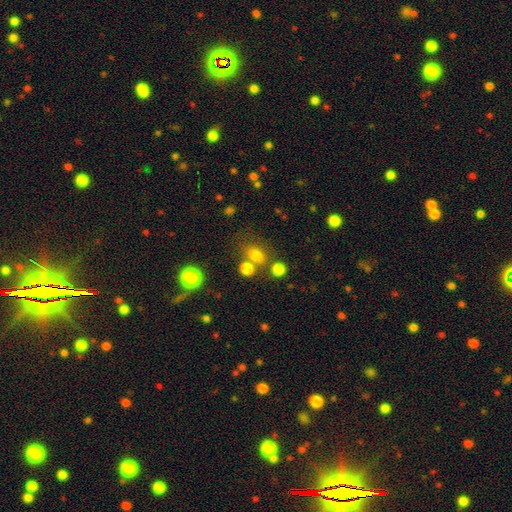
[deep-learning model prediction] Q: Smooth or featured?
A: smooth (75%); runner-up: star or artifact (17%)
Q: How rounded?
A: in between (50%); runner-up: round (49%)
Q: Merging?
A: none (60%); runner-up: merger (22%)